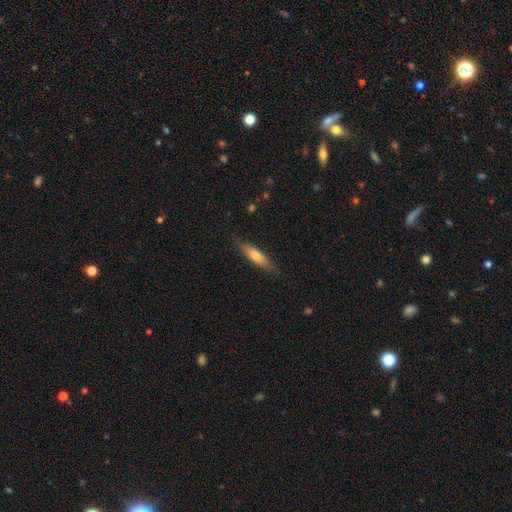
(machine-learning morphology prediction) type=smooth (62%); roundness=cigar-shaped (76%); merging=none (82%).